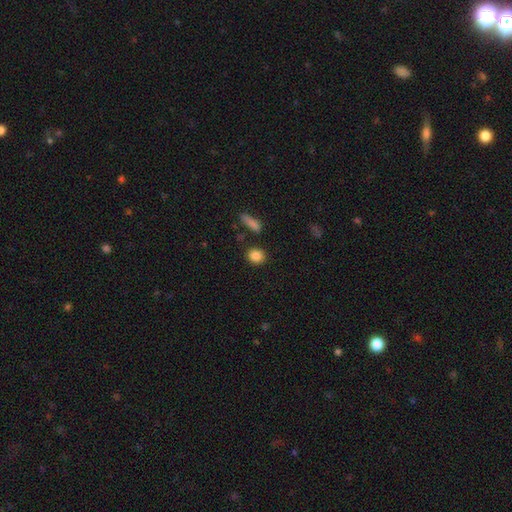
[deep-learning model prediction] Morphology: type=smooth (87%); roundness=round (73%); merging=none (86%).